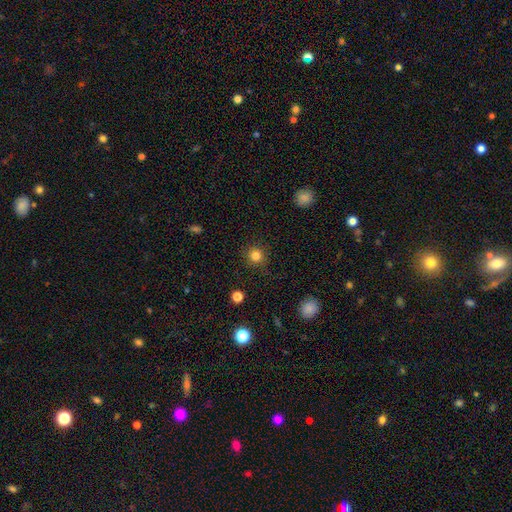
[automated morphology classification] Q: Smooth or featured?
A: smooth (82%); runner-up: star or artifact (13%)
Q: How rounded?
A: round (93%); runner-up: in between (6%)
Q: Merging?
A: none (89%); runner-up: minor disturbance (7%)